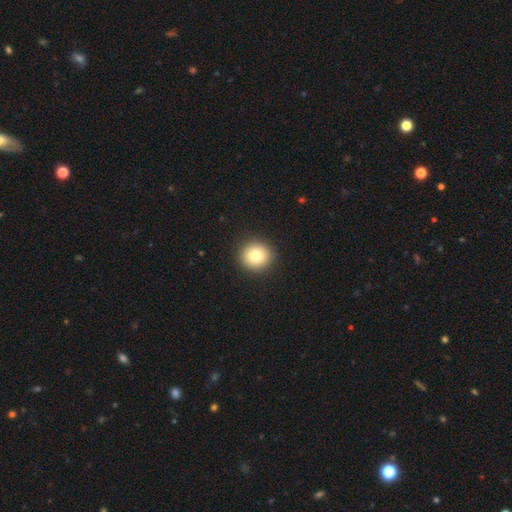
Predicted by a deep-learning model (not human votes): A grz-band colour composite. It shows a smooth galaxy with no disk features (81%) that is round (89%). Merging: none (91%).